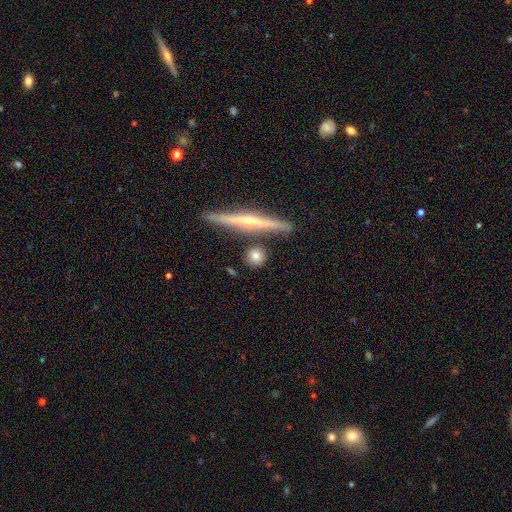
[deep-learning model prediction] smooth-or-featured: smooth: 71% | featured or disk: 22% | star or artifact: 7%
  how-rounded: round: 81% | cigar-shaped: 10% | in between: 9%
  merging: none: 82% | minor disturbance: 9% | merger: 7% | major disturbance: 2%